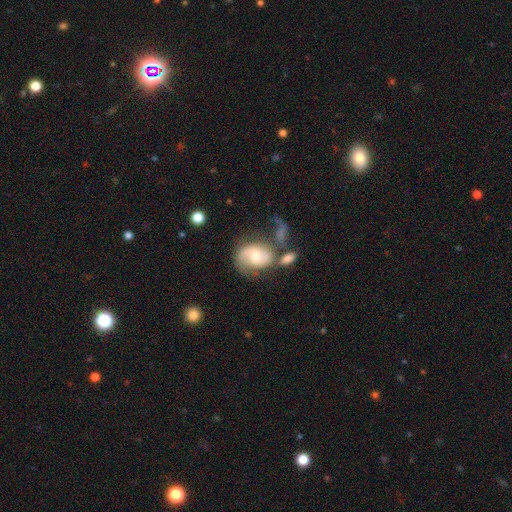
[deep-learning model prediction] smooth_or_featured: featured or disk (p=0.64) [alt: smooth p=0.28]
disk_edge_on: no (p=0.97) [alt: yes p=0.03]
bar: no (p=0.54) [alt: weak p=0.37]
has_spiral_arms: yes (p=0.88) [alt: no p=0.12]
spiral_winding: medium (p=0.43) [alt: loose p=0.40]
spiral_arm_count: 2 (p=0.77) [alt: 1 p=0.11]
bulge_size: moderate (p=0.53) [alt: small p=0.32]
merging: none (p=0.40) [alt: merger p=0.22]